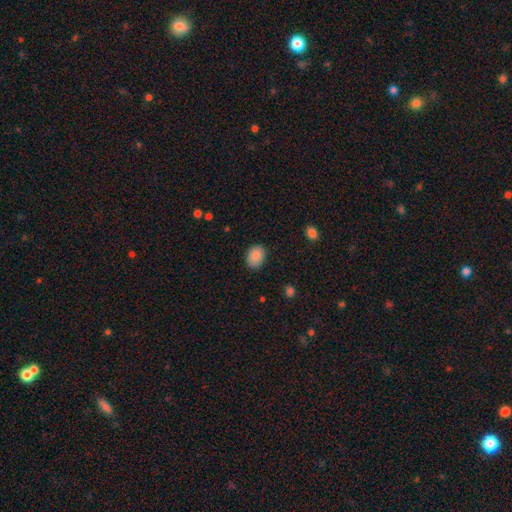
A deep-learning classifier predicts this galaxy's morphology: Smooth or featured: smooth — 87% (star or artifact — 8%)
How rounded: in between — 66% (round — 33%)
Merging: none — 84% (minor disturbance — 12%)